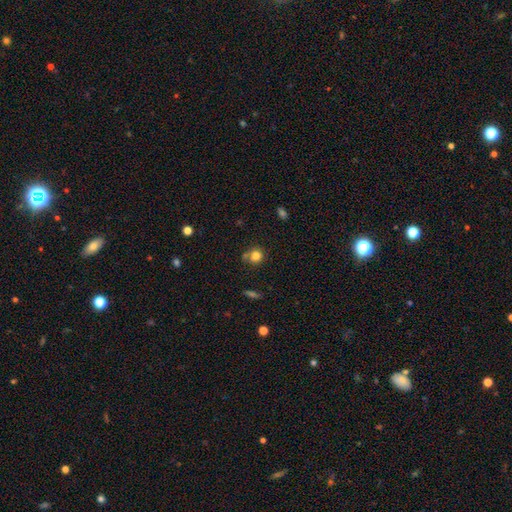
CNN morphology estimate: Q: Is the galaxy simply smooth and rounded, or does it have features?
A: smooth — 81%.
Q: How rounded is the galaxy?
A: round — 84%.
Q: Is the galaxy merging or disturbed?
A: none — 62%.